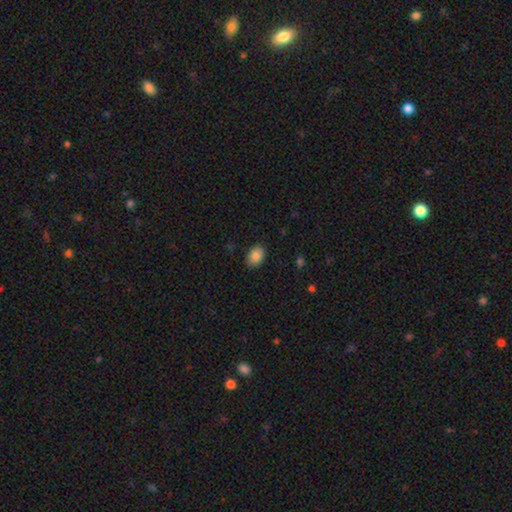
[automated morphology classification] A smooth galaxy with no disk features (87%) that is in between round and cigar-shaped (81%).

Vote fractions:
- Smooth or featured? smooth: 87% / star or artifact: 8% / featured or disk: 5%
- How rounded? in between: 81% / round: 18% / cigar-shaped: 1%
- Merging? none: 88% / minor disturbance: 9% / major disturbance: 2% / merger: 1%